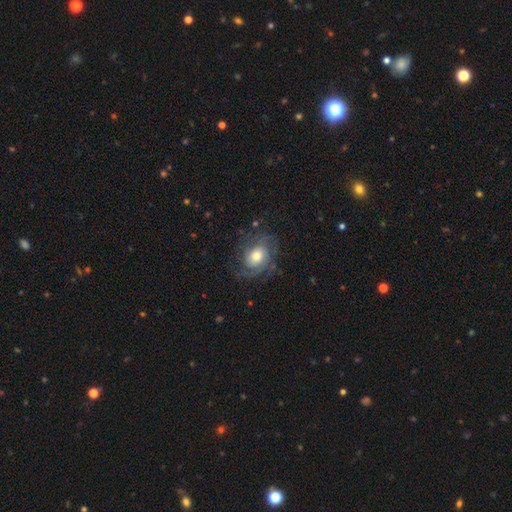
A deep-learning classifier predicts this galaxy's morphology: smooth_or_featured: featured or disk (p=0.72) [alt: smooth p=0.21]
disk_edge_on: no (p=0.97) [alt: yes p=0.03]
bar: no (p=0.73) [alt: weak p=0.23]
has_spiral_arms: yes (p=0.90) [alt: no p=0.10]
spiral_winding: tight (p=0.50) [alt: medium p=0.36]
spiral_arm_count: can't tell (p=0.33) [alt: 2 p=0.30]
bulge_size: moderate (p=0.60) [alt: large p=0.22]
merging: none (p=0.68) [alt: minor disturbance p=0.19]